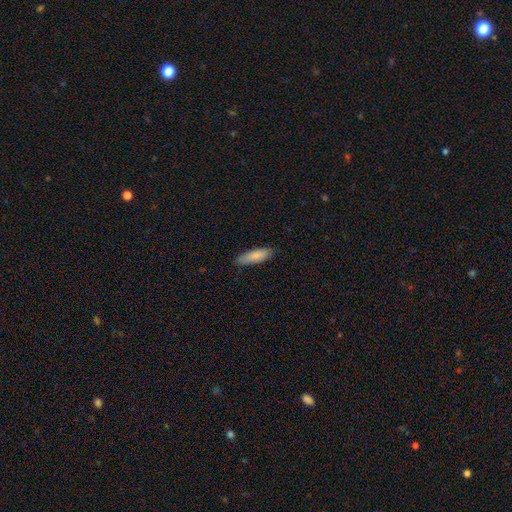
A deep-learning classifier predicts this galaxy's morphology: type=smooth (84%); roundness=in between (51%); merging=none (85%).